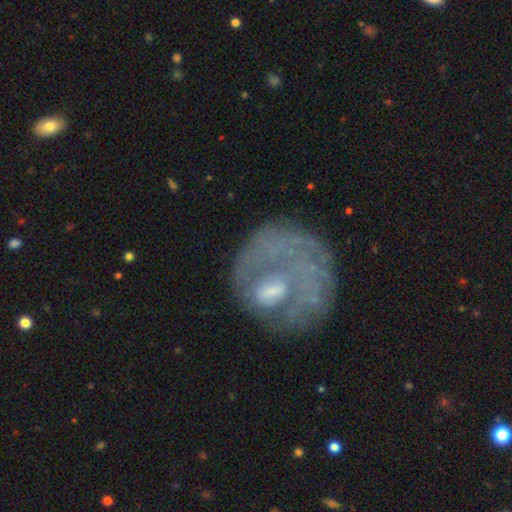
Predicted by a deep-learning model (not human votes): Q: Smooth or featured?
A: featured or disk (60%); runner-up: smooth (29%)
Q: Edge-on disk?
A: no (97%); runner-up: yes (3%)
Q: Bar?
A: no (67%); runner-up: weak (25%)
Q: Spiral arms?
A: no (66%); runner-up: yes (34%)
Q: Bulge size?
A: moderate (36%); runner-up: none (30%)
Q: Merging?
A: none (41%); runner-up: major disturbance (34%)